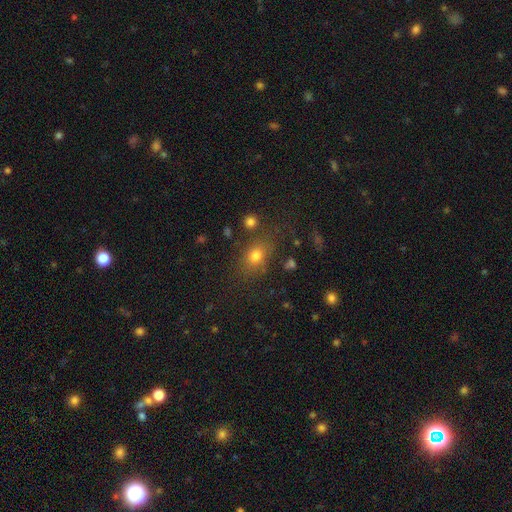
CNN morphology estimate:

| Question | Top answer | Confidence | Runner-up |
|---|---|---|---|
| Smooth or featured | smooth | 76% | star or artifact (15%) |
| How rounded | in between | 58% | round (39%) |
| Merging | none | 71% | minor disturbance (15%) |